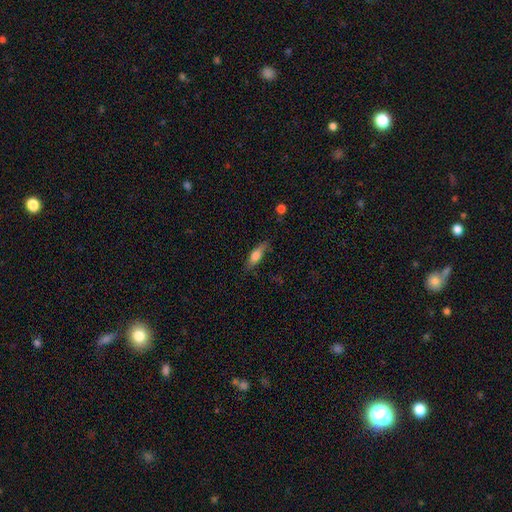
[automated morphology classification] type=smooth (70%); roundness=in between (51%); merging=none (71%).